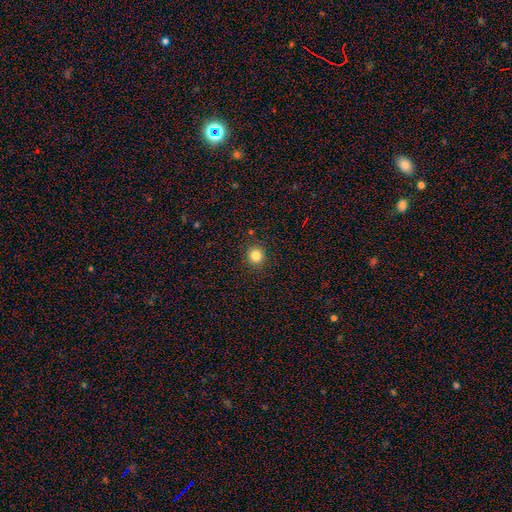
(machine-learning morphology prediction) Smooth or featured? smooth (83%)
How rounded? round (91%)
Merging? none (91%)